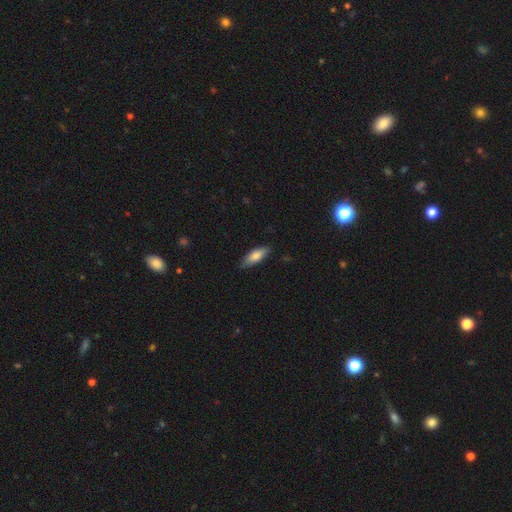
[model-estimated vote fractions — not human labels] Smooth or featured? smooth (78%)
How rounded? in between (64%)
Merging? none (82%)